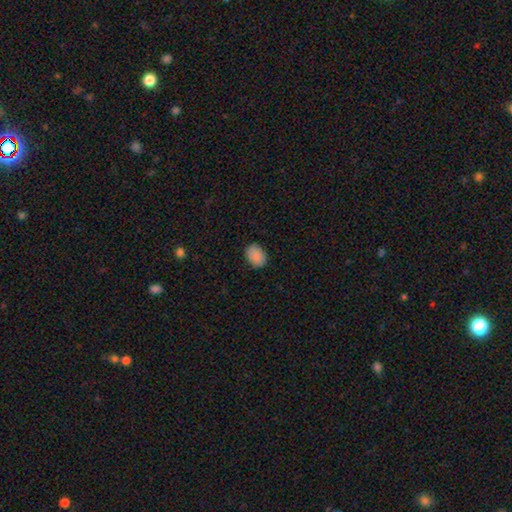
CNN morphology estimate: smooth_or_featured: smooth (p=0.89) [alt: star or artifact p=0.08]
how_rounded: in between (p=0.79) [alt: round p=0.20]
merging: none (p=0.86) [alt: minor disturbance p=0.11]